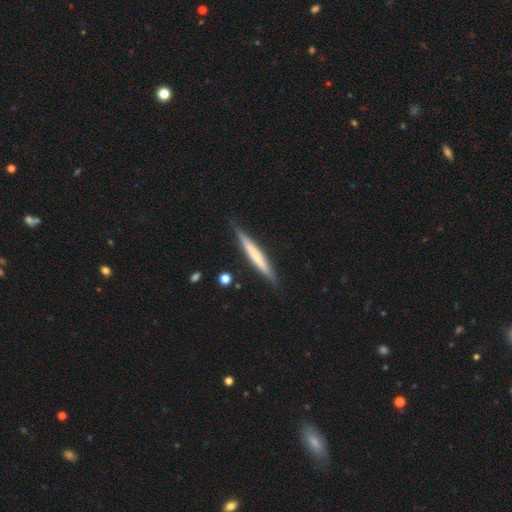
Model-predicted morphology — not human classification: Smooth or featured: smooth — 52% (featured or disk — 42%)
How rounded: cigar-shaped — 96% (in between — 3%)
Merging: none — 87% (minor disturbance — 10%)